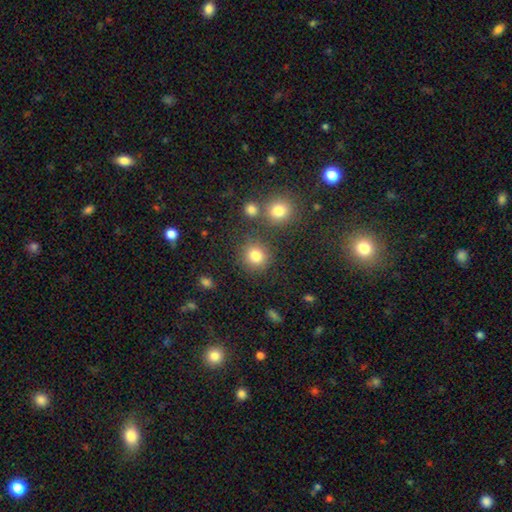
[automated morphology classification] smooth-or-featured: smooth: 80% | star or artifact: 14% | featured or disk: 6%
  how-rounded: round: 88% | in between: 11% | cigar-shaped: 1%
  merging: none: 79% | minor disturbance: 9% | merger: 8% | major disturbance: 4%